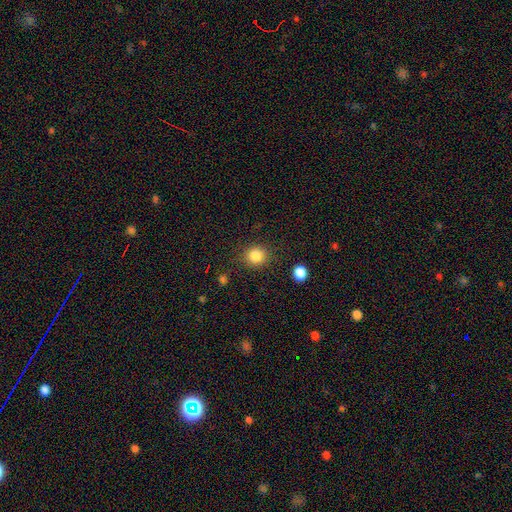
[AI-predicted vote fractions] Morphology: type=smooth (85%); roundness=round (85%); merging=none (86%).